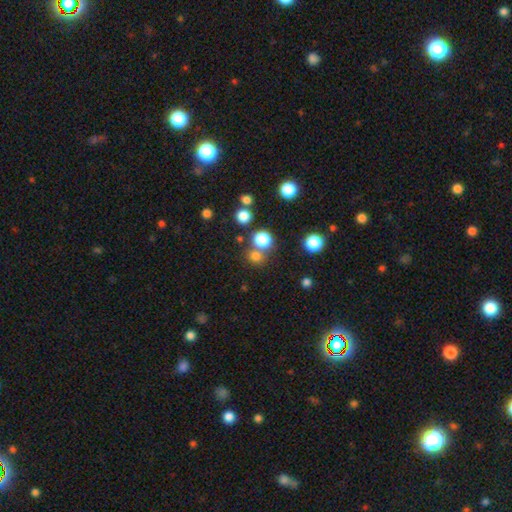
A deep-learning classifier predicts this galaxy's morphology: Smooth or featured? smooth (74%)
How rounded? round (89%)
Merging? none (65%)